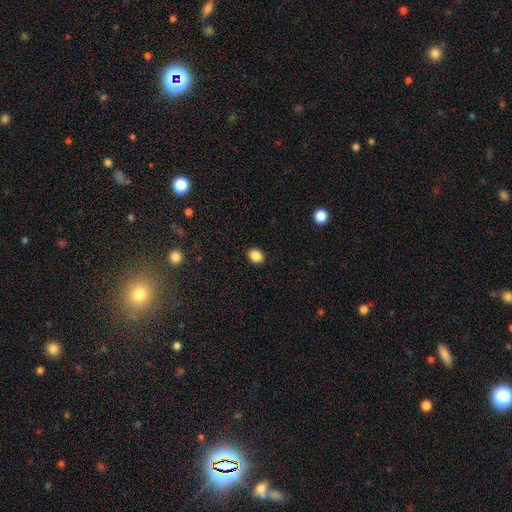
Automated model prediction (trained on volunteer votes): smooth 88%, star or artifact 9%, featured or disk 3%. Down the decision tree: how rounded — in between (52%); merging — none (90%).